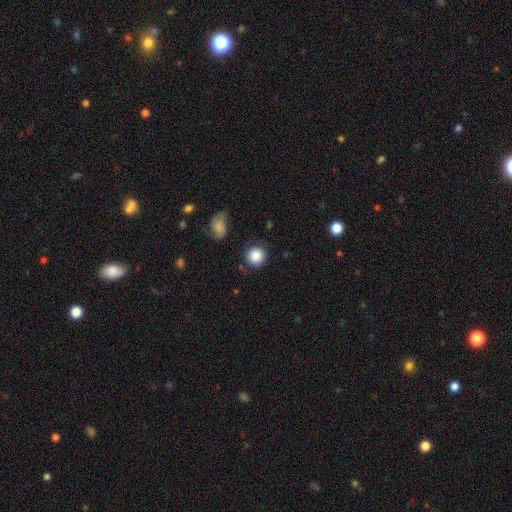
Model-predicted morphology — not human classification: Overall: smooth (85%). How rounded: round (92%). Merging: none (81%).